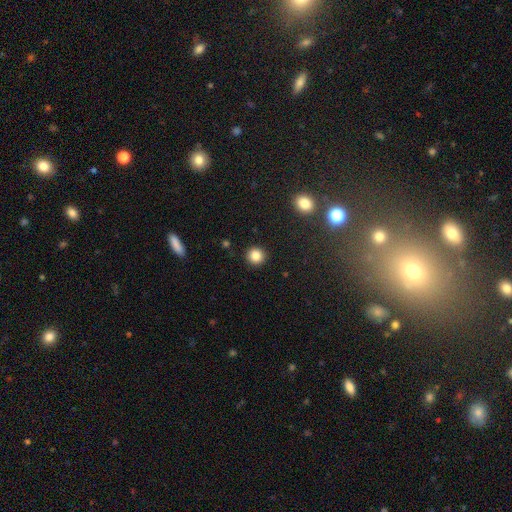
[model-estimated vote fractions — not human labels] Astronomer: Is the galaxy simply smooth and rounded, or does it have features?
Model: smooth — 84%.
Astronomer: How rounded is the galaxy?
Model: round — 94%.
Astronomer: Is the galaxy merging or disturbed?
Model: none — 92%.